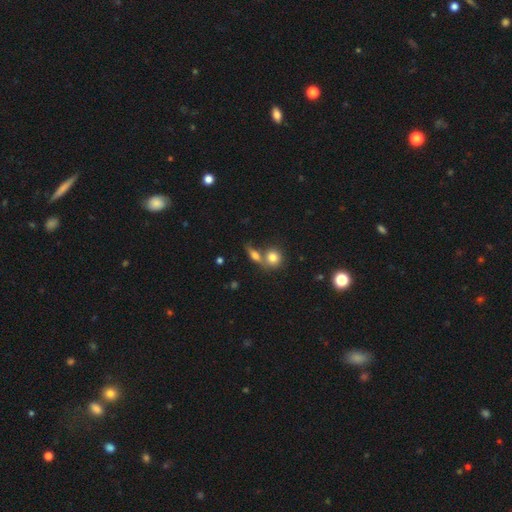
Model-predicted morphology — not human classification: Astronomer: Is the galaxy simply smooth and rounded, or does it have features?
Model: smooth — 64%.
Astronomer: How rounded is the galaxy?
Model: in between — 42% (runner-up: round, 41%).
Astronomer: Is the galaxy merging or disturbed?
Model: none — 48% (runner-up: merger, 37%).